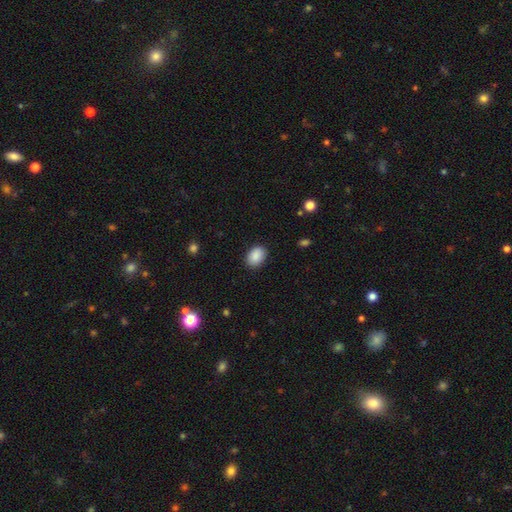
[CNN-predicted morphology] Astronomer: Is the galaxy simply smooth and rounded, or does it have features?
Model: smooth — 89%.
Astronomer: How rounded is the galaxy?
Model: in between — 78%.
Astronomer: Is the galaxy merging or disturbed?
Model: none — 88%.